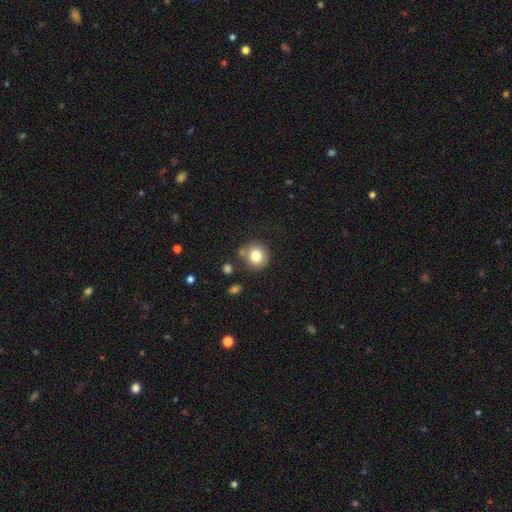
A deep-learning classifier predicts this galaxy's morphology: smooth 80%, star or artifact 10%, featured or disk 10%. Down the decision tree: how rounded — round (89%); merging — none (74%).